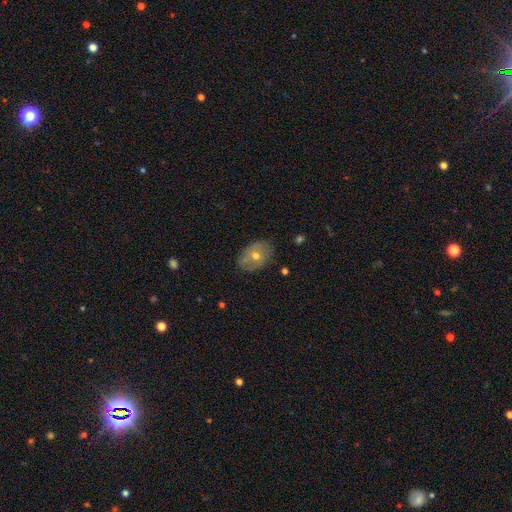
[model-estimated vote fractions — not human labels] This appears to be a smooth galaxy with no disk features (55%) that is in between round and cigar-shaped (77%). Merging: none (78%).